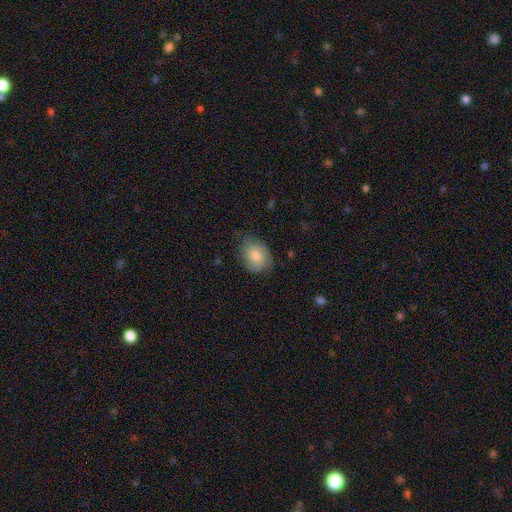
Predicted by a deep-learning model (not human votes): A smooth galaxy with no disk features (78%) that is in between round and cigar-shaped (61%). Merging: none (65%).